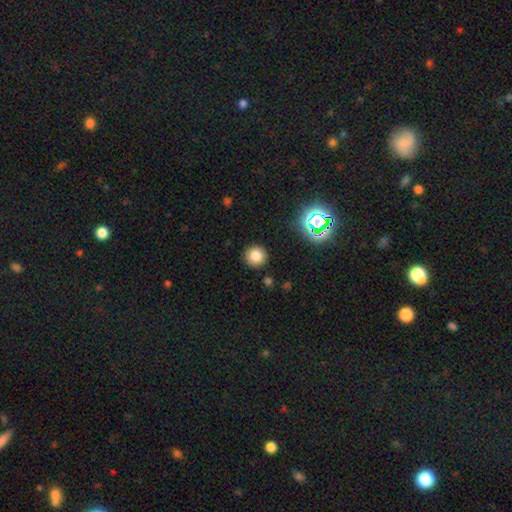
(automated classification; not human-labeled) A smooth galaxy with no disk features (79%) that is round (94%). Merging: none (90%).